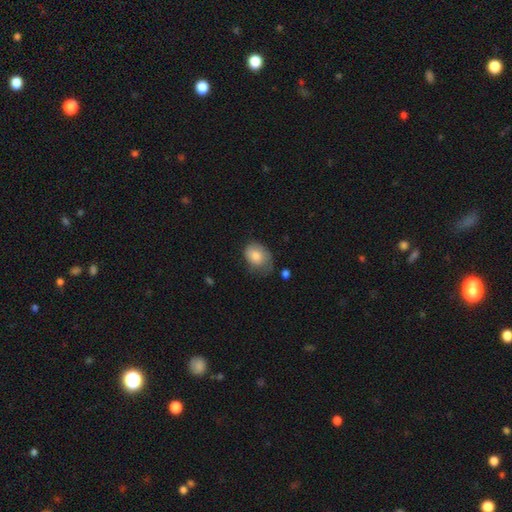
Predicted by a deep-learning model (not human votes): smooth-or-featured: smooth: 76% | featured or disk: 16% | star or artifact: 7%
  how-rounded: in between: 70% | round: 29% | cigar-shaped: 1%
  merging: none: 43% | minor disturbance: 38% | major disturbance: 17% | merger: 3%